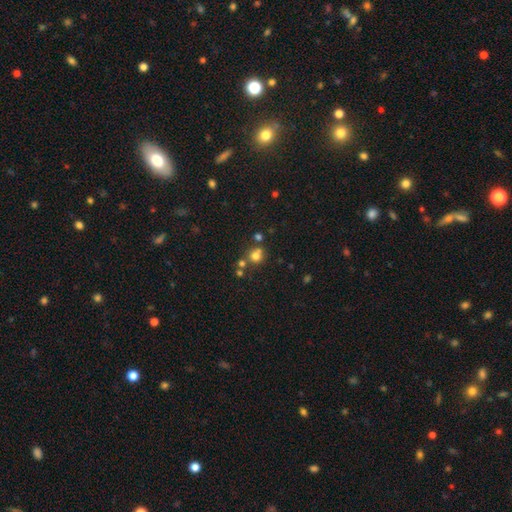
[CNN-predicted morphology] Overall: smooth (70%). How rounded: round (87%). Merging: none (57%; merger 30%).